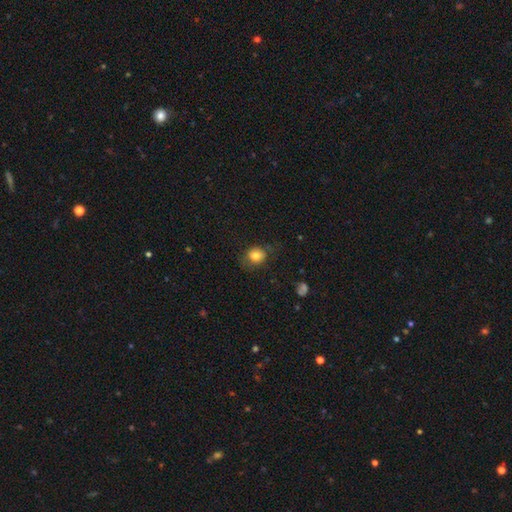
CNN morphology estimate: Q: Smooth or featured?
A: smooth (79%); runner-up: featured or disk (11%)
Q: How rounded?
A: round (62%); runner-up: in between (37%)
Q: Merging?
A: none (67%); runner-up: minor disturbance (22%)